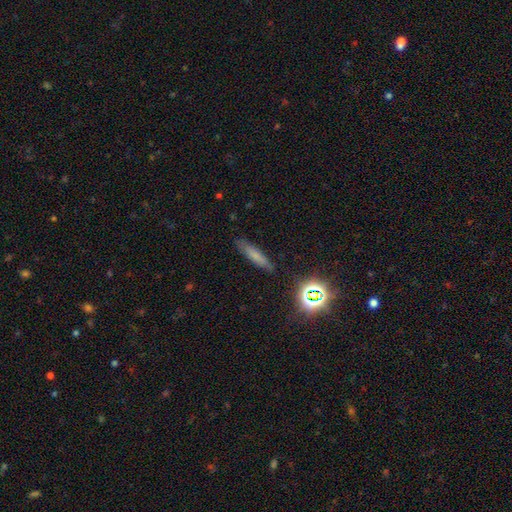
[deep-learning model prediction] smooth_or_featured: smooth (p=0.67) [alt: featured or disk p=0.18]
how_rounded: cigar-shaped (p=0.80) [alt: in between p=0.17]
merging: none (p=0.82) [alt: minor disturbance p=0.13]